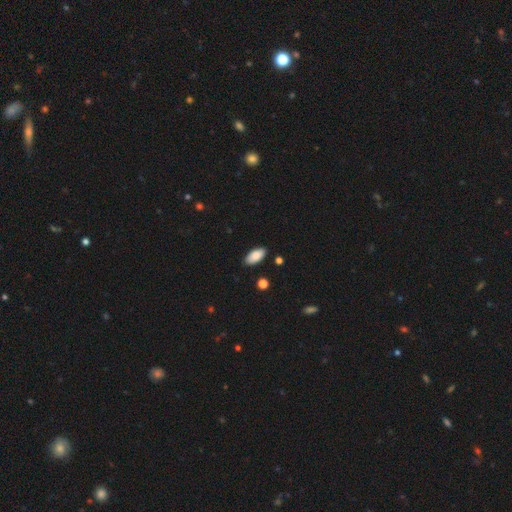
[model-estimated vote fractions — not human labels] Morphology: type=smooth (87%); roundness=in between (93%); merging=none (86%).